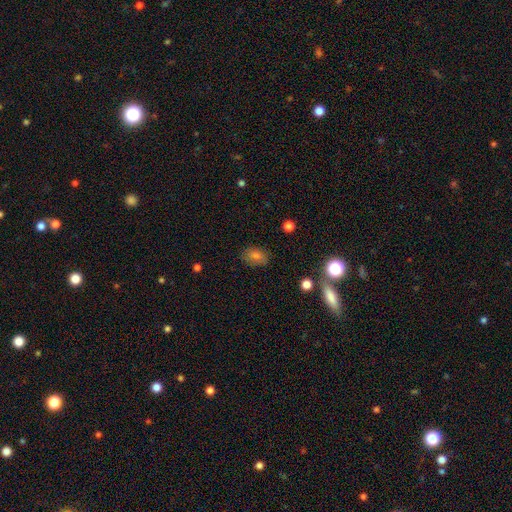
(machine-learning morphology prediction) Overall: smooth (70%). How rounded: in between (77%). Merging: none (81%).